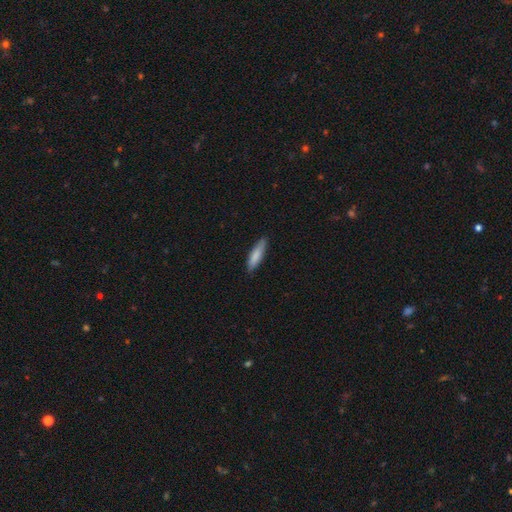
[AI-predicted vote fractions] Smooth or featured? Predicted: smooth (p=0.83). How rounded? Predicted: cigar-shaped (p=0.68). Merging? Predicted: none (p=0.84).